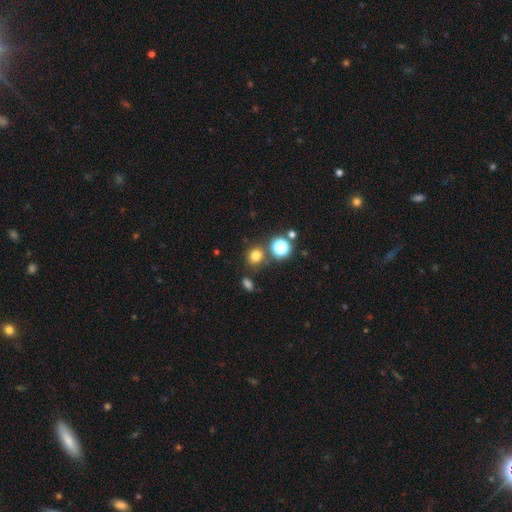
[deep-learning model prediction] Smooth or featured: smooth — 74% (star or artifact — 19%)
How rounded: round — 83% (in between — 16%)
Merging: none — 78% (merger — 10%)